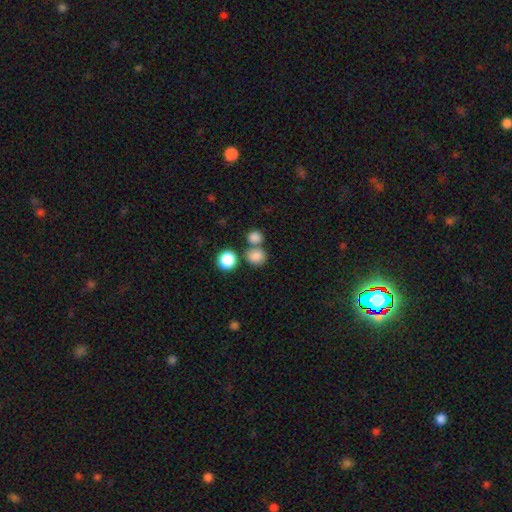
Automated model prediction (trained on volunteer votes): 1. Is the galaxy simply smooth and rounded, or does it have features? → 83% smooth, 11% star or artifact, 6% featured or disk.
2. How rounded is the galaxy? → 75% round, 24% in between, 1% cigar-shaped.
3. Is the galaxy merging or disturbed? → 53% none, 35% merger, 9% minor disturbance, 4% major disturbance.